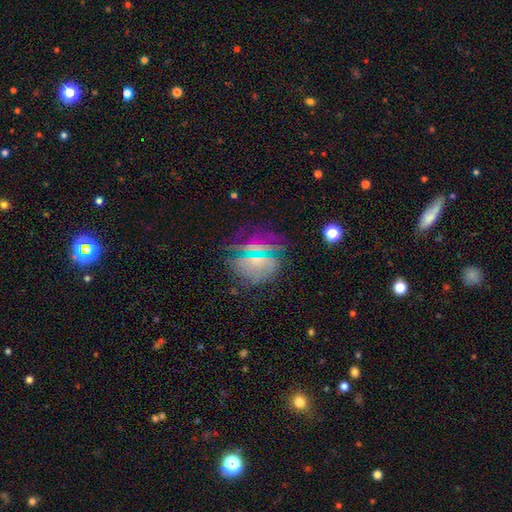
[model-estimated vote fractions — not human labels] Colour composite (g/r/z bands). It shows a smooth galaxy with no disk features (38%). Merging: none (70%).